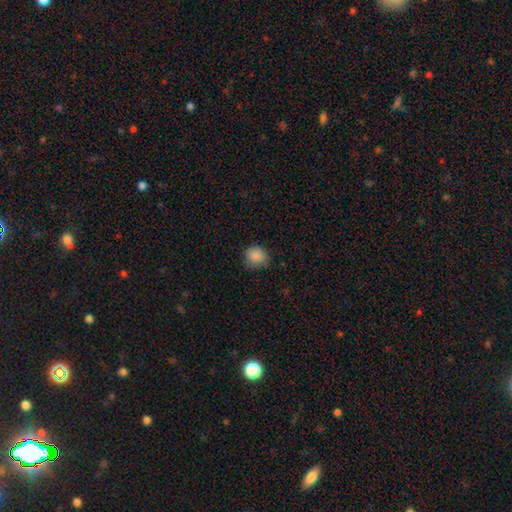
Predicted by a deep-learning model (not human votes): Smooth or featured?
  - smooth: 87% *
  - star or artifact: 9%
  - featured or disk: 4%
How rounded?
  - round: 79% *
  - in between: 20%
  - cigar-shaped: 1%
Merging?
  - none: 76% *
  - minor disturbance: 19%
  - major disturbance: 4%
  - merger: 1%